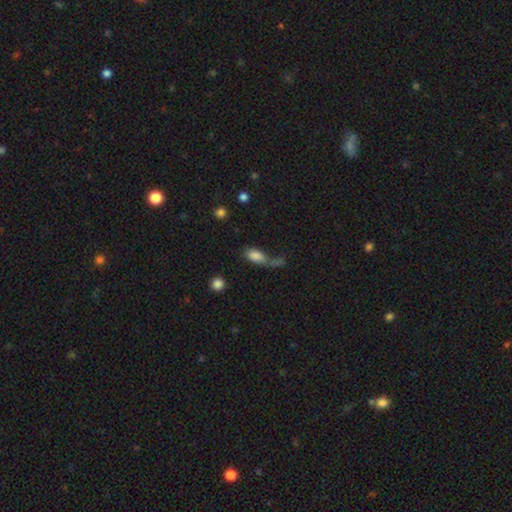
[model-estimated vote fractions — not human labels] Q: Smooth or featured?
A: smooth (79%); runner-up: featured or disk (11%)
Q: How rounded?
A: in between (87%); runner-up: cigar-shaped (7%)
Q: Merging?
A: none (29%); runner-up: merger (27%)